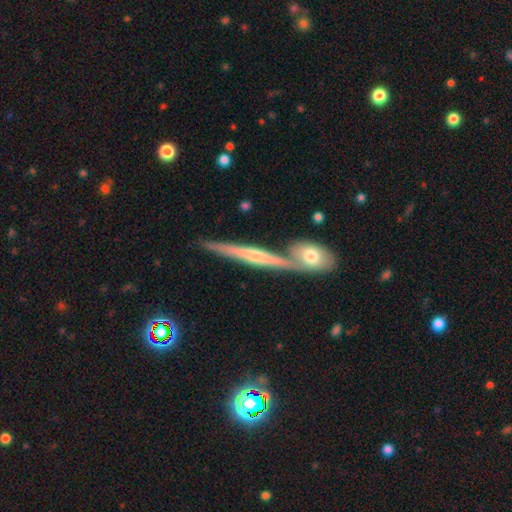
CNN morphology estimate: Overall: featured or disk (74%). Edge-on disk: yes (95%). Edge-on bulge: rounded (64%; none 26%). Merging: none (66%).